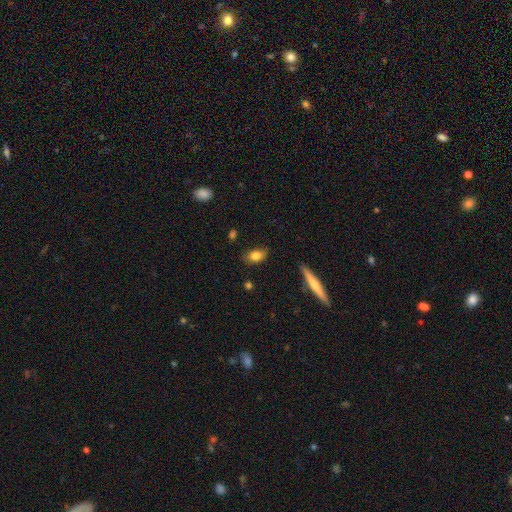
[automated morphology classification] A smooth galaxy with no disk features (80%) that is in between round and cigar-shaped (84%).

Vote fractions:
- Smooth or featured? smooth: 80% / featured or disk: 12% / star or artifact: 8%
- How rounded? in between: 84% / round: 11% / cigar-shaped: 4%
- Merging? none: 79% / minor disturbance: 16% / major disturbance: 3% / merger: 2%